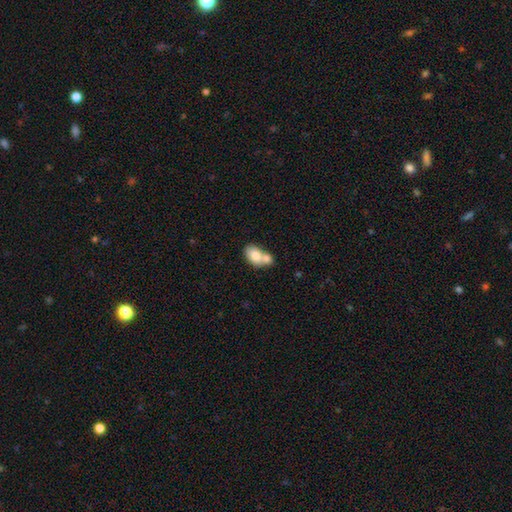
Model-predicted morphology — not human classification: This appears to be a smooth galaxy with no disk features (75%) that is in between round and cigar-shaped (85%). Merging: merger (62%).